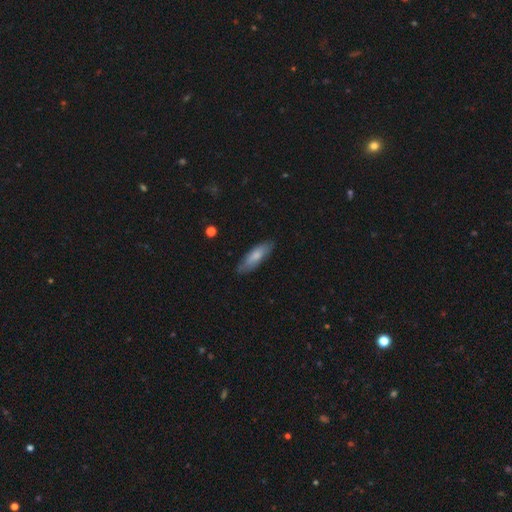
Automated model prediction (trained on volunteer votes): A smooth galaxy with no disk features (76%) that is in between round and cigar-shaped (50%).

Vote fractions:
- Smooth or featured? smooth: 76% / featured or disk: 19% / star or artifact: 6%
- How rounded? in between: 50% / cigar-shaped: 49% / round: 2%
- Merging? none: 81% / minor disturbance: 15% / major disturbance: 3% / merger: 1%